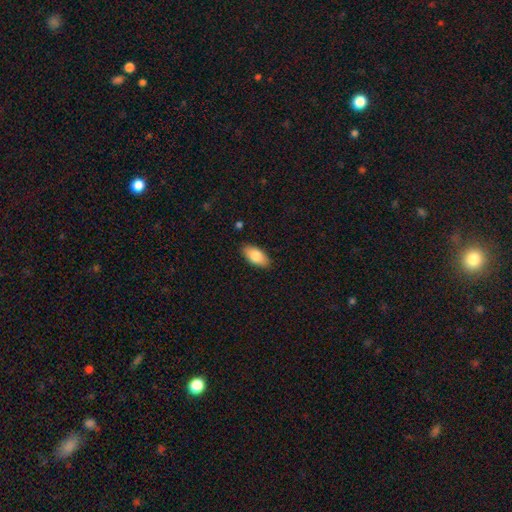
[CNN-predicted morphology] Smooth or featured: smooth — 81% (featured or disk — 12%)
How rounded: in between — 92% (cigar-shaped — 6%)
Merging: none — 87% (minor disturbance — 9%)